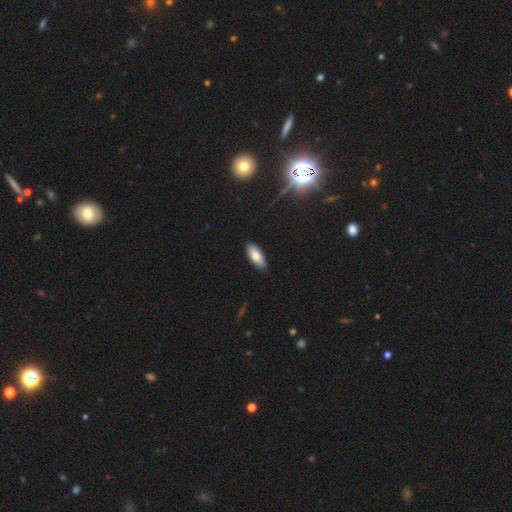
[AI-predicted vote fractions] Q: Smooth or featured?
A: smooth (80%); runner-up: featured or disk (13%)
Q: How rounded?
A: in between (81%); runner-up: cigar-shaped (17%)
Q: Merging?
A: none (87%); runner-up: minor disturbance (10%)